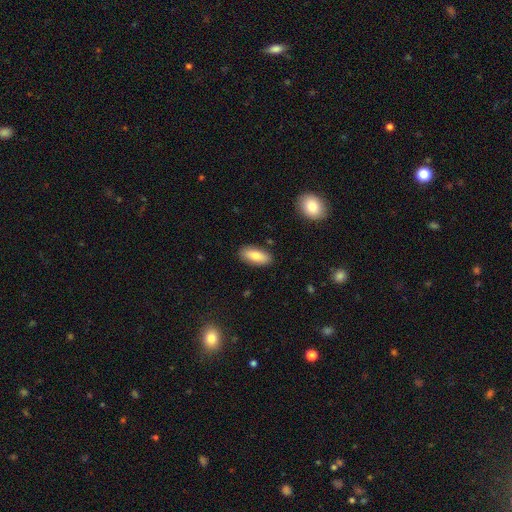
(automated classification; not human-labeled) Overall: smooth (81%). How rounded: in between (84%). Merging: none (87%).